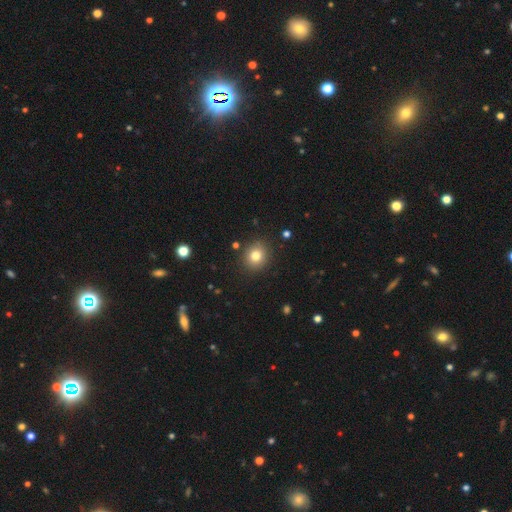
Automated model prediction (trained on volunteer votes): A smooth galaxy with no disk features (79%) that is round (80%). Merging: none (88%).